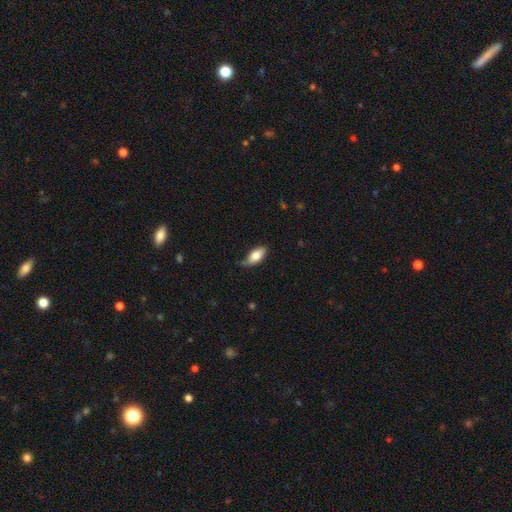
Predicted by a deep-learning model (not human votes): smooth 75%, featured or disk 19%, star or artifact 6%. Down the decision tree: how rounded — in between (85%); merging — none (62%).